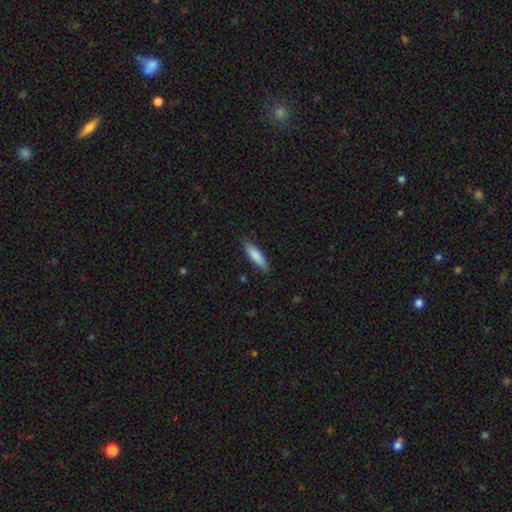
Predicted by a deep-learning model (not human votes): Q: Smooth or featured?
A: smooth (83%); runner-up: featured or disk (11%)
Q: How rounded?
A: cigar-shaped (70%); runner-up: in between (28%)
Q: Merging?
A: none (85%); runner-up: minor disturbance (12%)